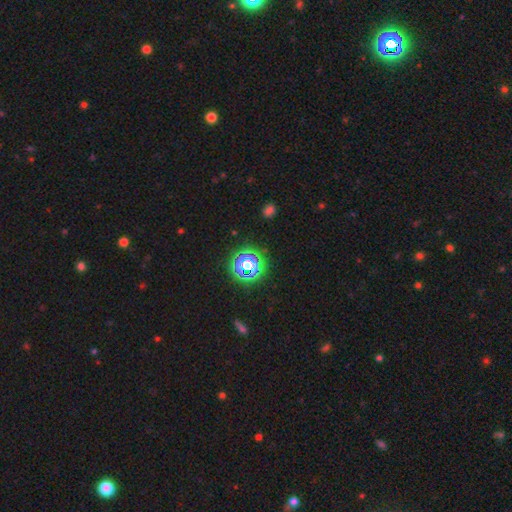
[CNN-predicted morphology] type=smooth (56%); roundness=round (91%); merging=none (90%).